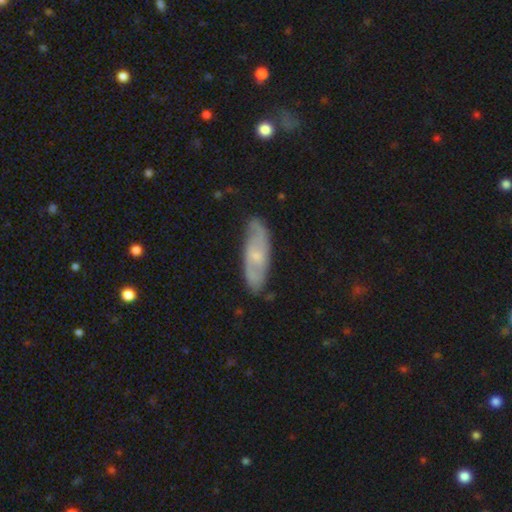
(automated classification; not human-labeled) Smooth or featured? Predicted: featured or disk (p=0.64). Edge-on disk? Predicted: no (p=0.83). Bar? Predicted: no (p=0.57). Spiral arms? Predicted: yes (p=0.85). Bulge size? Predicted: small (p=0.65). Merging? Predicted: none (p=0.78).